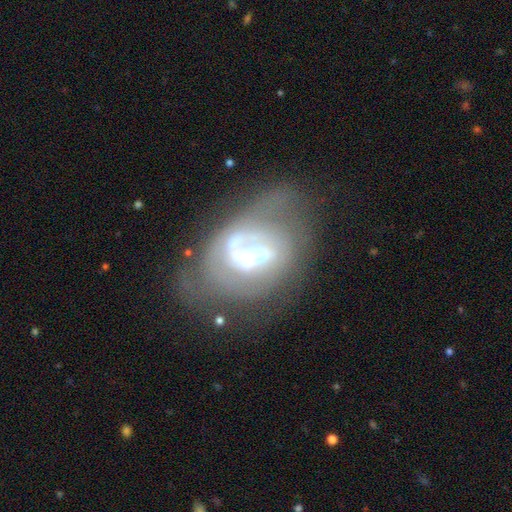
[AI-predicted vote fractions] The model was most divided on "spiral arms": no: 51%, yes: 49%. Remaining: edge-on disk — no (92%); smooth or featured — featured or disk (70%); bulge size — moderate (47%); bar — strong (45%); merging — none (38%).